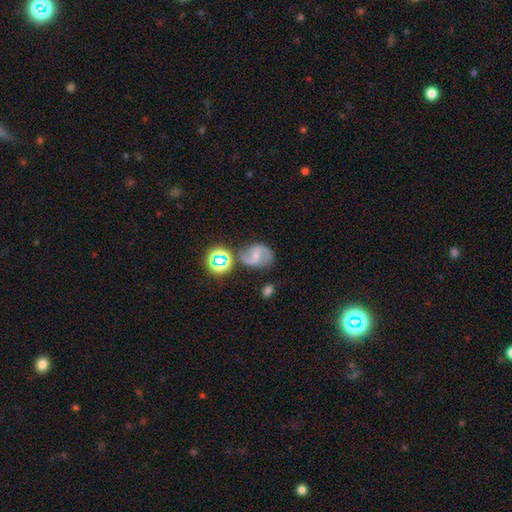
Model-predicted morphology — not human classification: featured or disk 73%, smooth 16%, star or artifact 11%. Down the decision tree: edge-on disk — no (98%); bar — weak (49%); spiral arms — yes (93%); spiral arm count — 2 (90%); spiral winding — medium (46%); bulge size — small (57%); merging — none (67%).